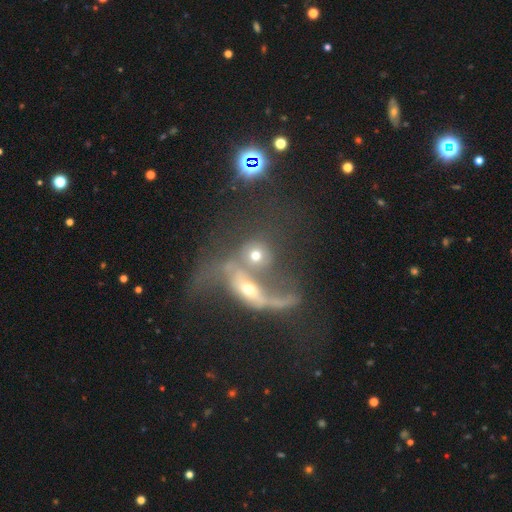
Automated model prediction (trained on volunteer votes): smooth_or_featured: smooth (p=0.51) [alt: featured or disk p=0.36]
how_rounded: round (p=0.64) [alt: in between p=0.30]
merging: merger (p=0.59) [alt: none p=0.18]